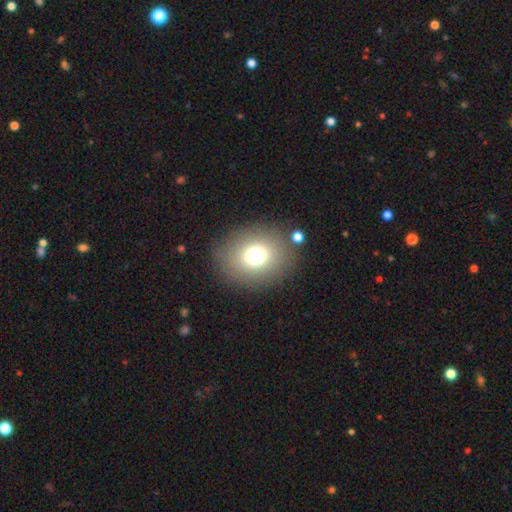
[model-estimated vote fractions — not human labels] Smooth or featured?
  - smooth: 72% *
  - star or artifact: 15%
  - featured or disk: 13%
How rounded?
  - round: 70% *
  - in between: 30%
  - cigar-shaped: 1%
Merging?
  - none: 83% *
  - minor disturbance: 9%
  - major disturbance: 5%
  - merger: 4%